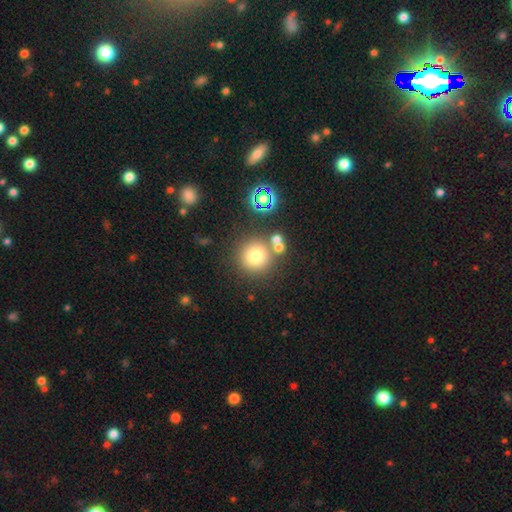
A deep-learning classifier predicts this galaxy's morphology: Smooth or featured?
  - smooth: 74% *
  - star or artifact: 16%
  - featured or disk: 10%
How rounded?
  - round: 94% *
  - in between: 5%
  - cigar-shaped: 1%
Merging?
  - none: 73% *
  - merger: 14%
  - minor disturbance: 9%
  - major disturbance: 4%